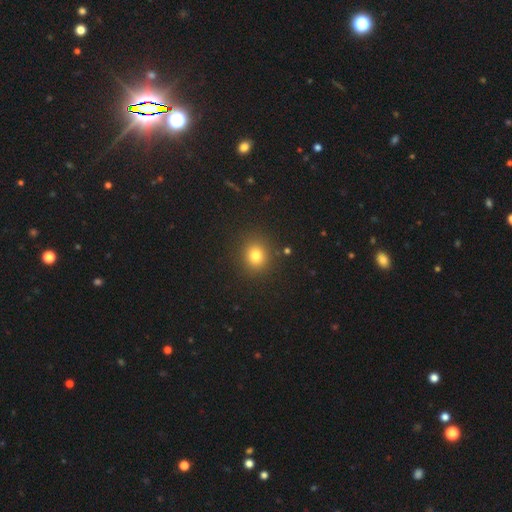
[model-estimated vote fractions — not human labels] smooth-or-featured: smooth: 79% | star or artifact: 14% | featured or disk: 7%
  how-rounded: round: 83% | in between: 16% | cigar-shaped: 1%
  merging: none: 88% | minor disturbance: 7% | major disturbance: 3% | merger: 2%